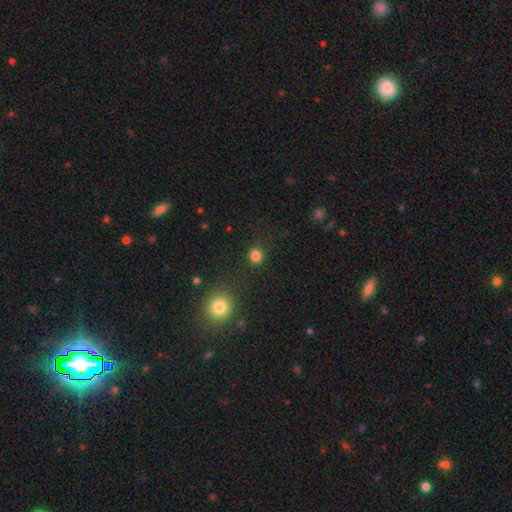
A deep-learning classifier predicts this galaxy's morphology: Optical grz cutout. It shows a smooth galaxy with no disk features (83%) that is round (88%). Merging: none (88%).